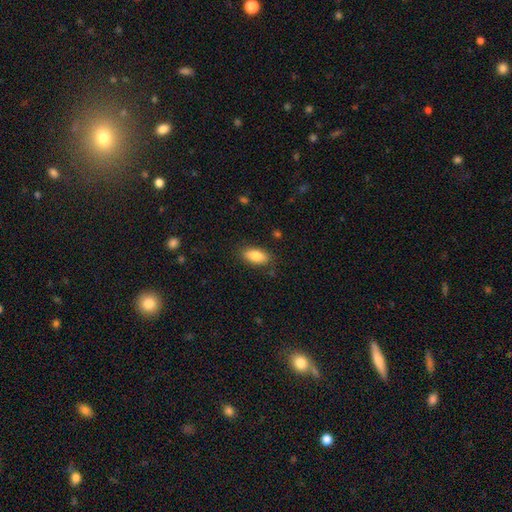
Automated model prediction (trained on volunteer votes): Morphology: type=smooth (85%); roundness=in between (90%); merging=none (85%).